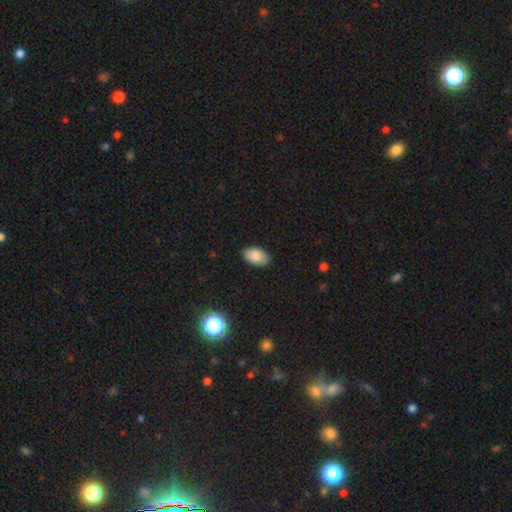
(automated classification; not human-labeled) smooth_or_featured: smooth (p=0.81) [alt: featured or disk p=0.11]
how_rounded: in between (p=0.93) [alt: round p=0.05]
merging: none (p=0.88) [alt: minor disturbance p=0.09]